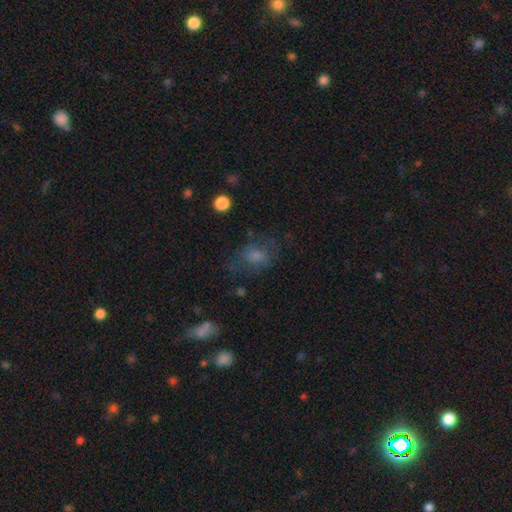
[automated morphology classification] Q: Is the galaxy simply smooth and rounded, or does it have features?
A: smooth — 63%.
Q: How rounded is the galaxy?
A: in between — 65%.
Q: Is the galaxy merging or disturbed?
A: none — 51%.